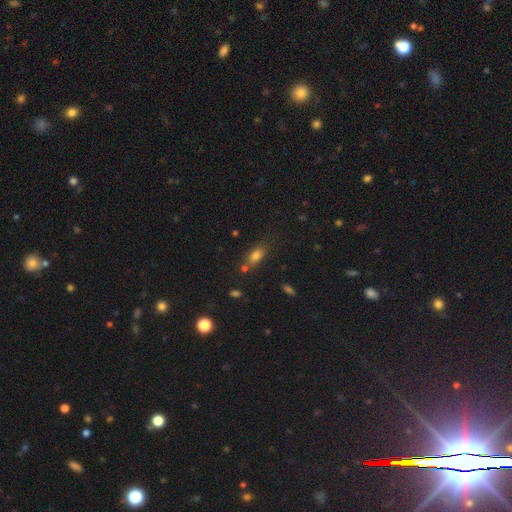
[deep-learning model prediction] Smooth or featured: smooth — 75% (star or artifact — 14%)
How rounded: in between — 77% (cigar-shaped — 12%)
Merging: none — 63% (minor disturbance — 17%)